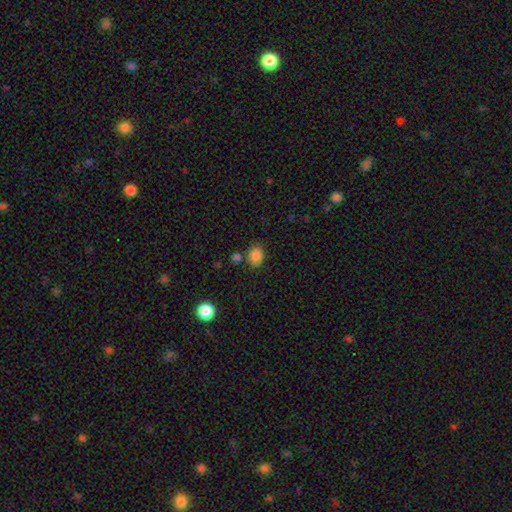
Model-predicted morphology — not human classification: type=smooth (85%); roundness=in between (68%); merging=none (76%).